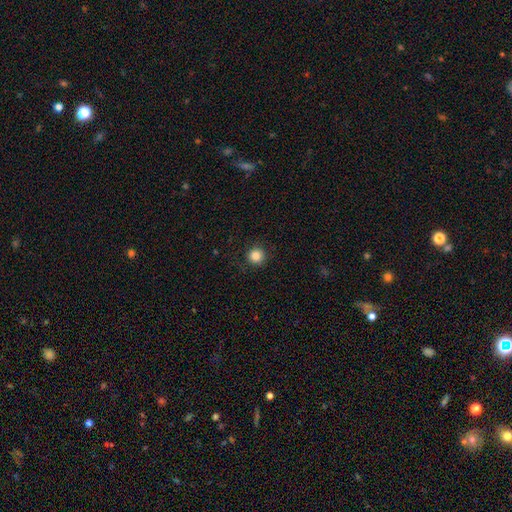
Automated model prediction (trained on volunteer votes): Q: Smooth or featured?
A: smooth (86%); runner-up: star or artifact (11%)
Q: How rounded?
A: round (95%); runner-up: in between (4%)
Q: Merging?
A: none (90%); runner-up: minor disturbance (7%)